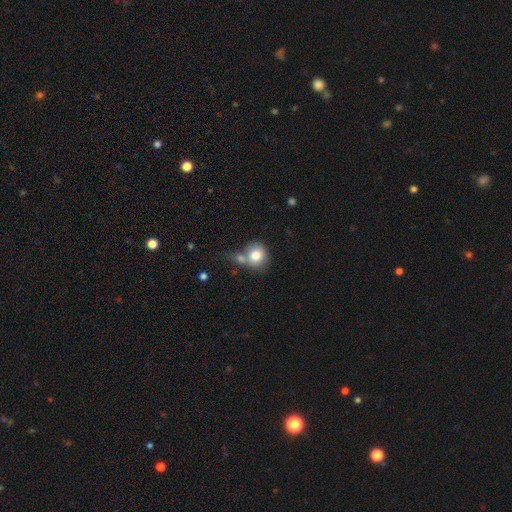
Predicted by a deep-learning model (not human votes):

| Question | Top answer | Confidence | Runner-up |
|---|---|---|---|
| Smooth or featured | smooth | 79% | featured or disk (12%) |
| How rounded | round | 83% | in between (16%) |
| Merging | merger | 41% | tied: none (41%) |